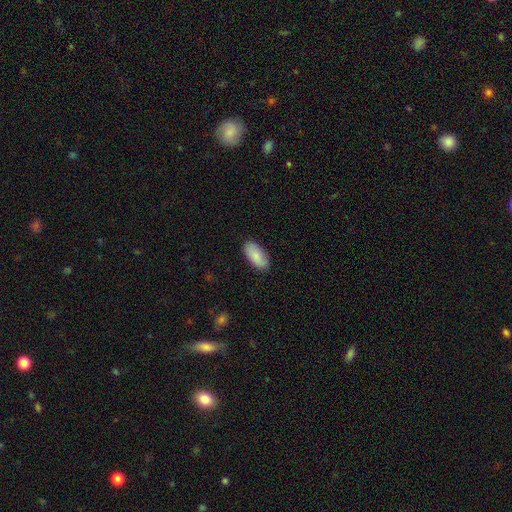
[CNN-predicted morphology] A smooth galaxy with no disk features (87%) that is in between round and cigar-shaped (92%).

Vote fractions:
- Smooth or featured? smooth: 87% / featured or disk: 8% / star or artifact: 6%
- How rounded? in between: 92% / cigar-shaped: 6% / round: 2%
- Merging? none: 88% / minor disturbance: 9% / major disturbance: 2% / merger: 1%